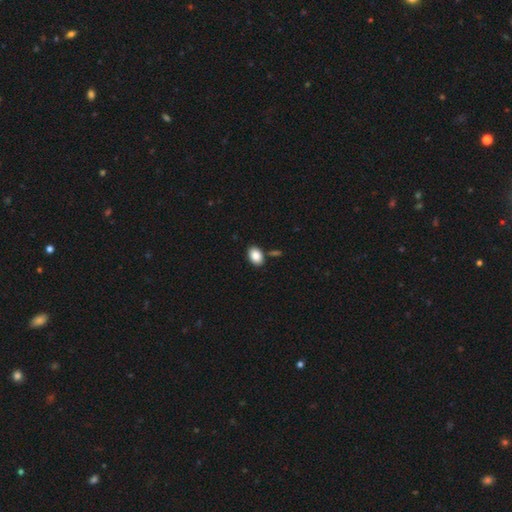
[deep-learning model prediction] Q: Smooth or featured?
A: smooth (86%); runner-up: star or artifact (8%)
Q: How rounded?
A: in between (86%); runner-up: round (13%)
Q: Merging?
A: none (83%); runner-up: minor disturbance (9%)